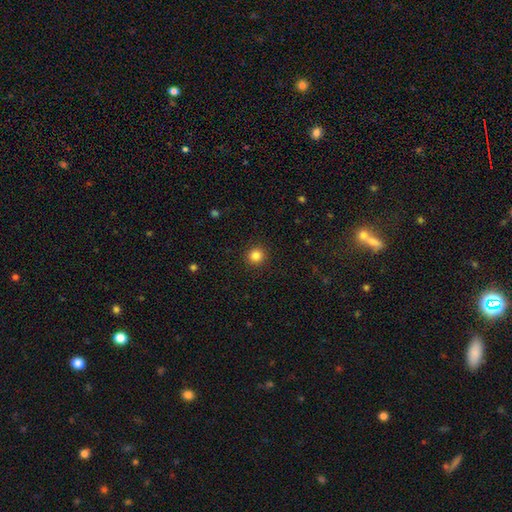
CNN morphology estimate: smooth 84%, star or artifact 12%, featured or disk 5%. Down the decision tree: how rounded — round (92%); merging — none (92%).